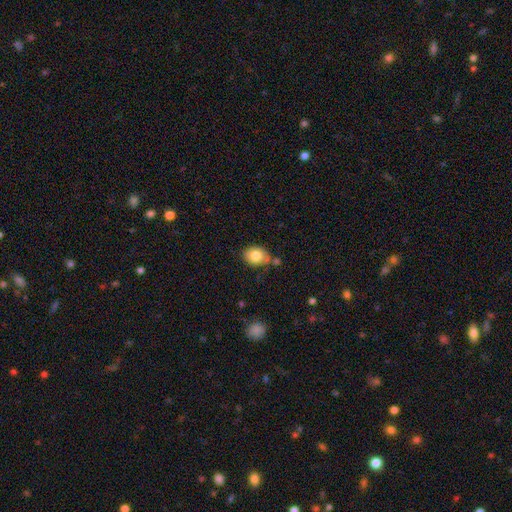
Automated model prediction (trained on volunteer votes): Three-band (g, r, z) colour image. It shows a smooth galaxy with no disk features (81%) that is in between round and cigar-shaped (57%). Merging: none (66%).